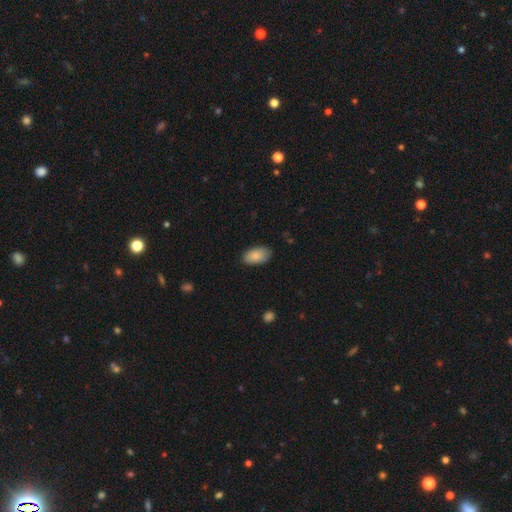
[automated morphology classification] The model was most divided on "merging": none: 85%, minor disturbance: 12%, major disturbance: 2%, merger: 1%. More confident: how rounded — in between (94%); smooth or featured — smooth (88%).